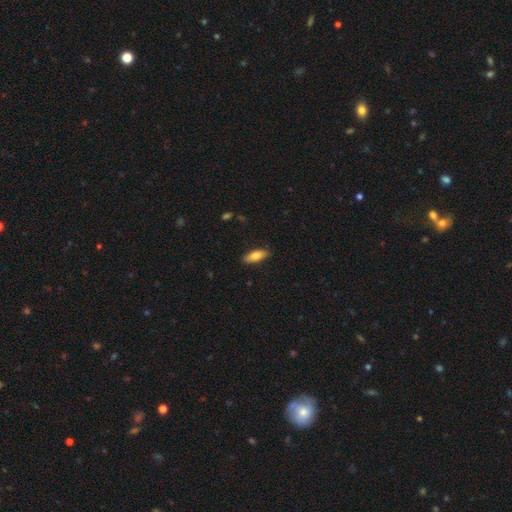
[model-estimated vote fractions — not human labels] The model was most divided on "how rounded": in between: 72%, cigar-shaped: 26%, round: 2%. More confident: merging — none (88%); smooth or featured — smooth (77%).